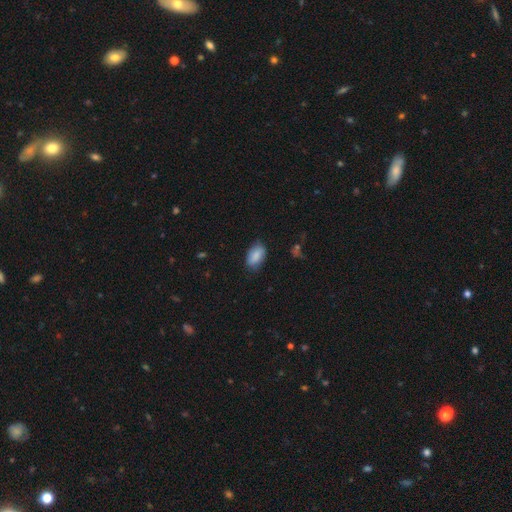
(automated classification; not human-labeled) Smooth or featured?
  - smooth: 86% *
  - featured or disk: 8%
  - star or artifact: 7%
How rounded?
  - in between: 92% *
  - round: 6%
  - cigar-shaped: 2%
Merging?
  - none: 75% *
  - minor disturbance: 20%
  - major disturbance: 4%
  - merger: 1%